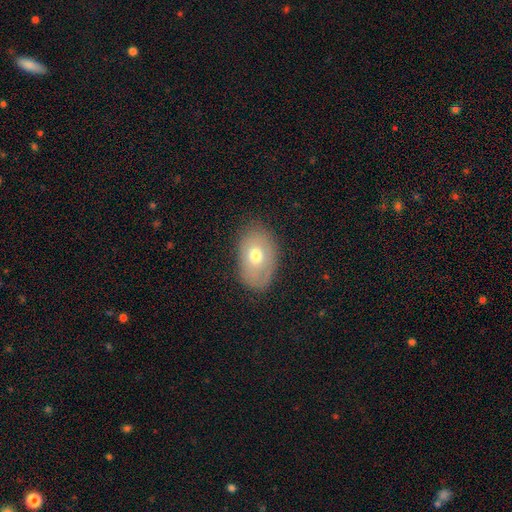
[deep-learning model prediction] This is likely a smooth galaxy (62%). How rounded: clearly in between (86%). Merging: likely none (75%).